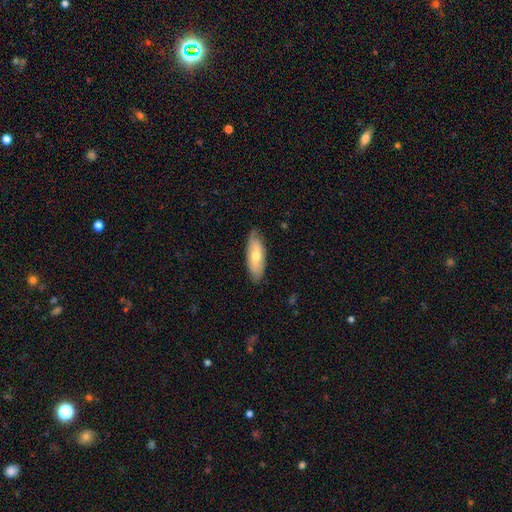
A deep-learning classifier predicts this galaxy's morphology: This is possibly a smooth galaxy (55%). How rounded: likely in between (62%). Merging: clearly none (85%).